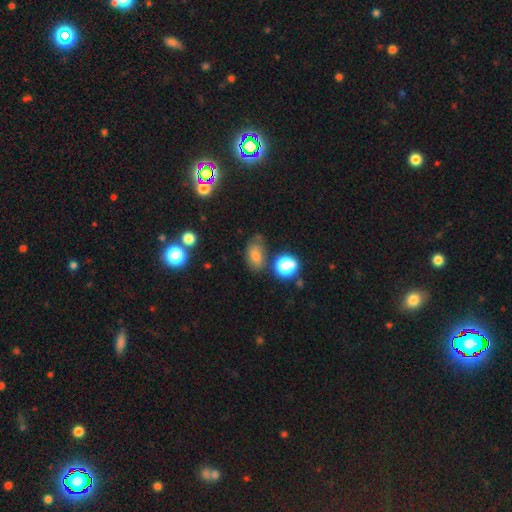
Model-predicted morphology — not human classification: Smooth or featured: smooth — 65% (star or artifact — 18%)
How rounded: in between — 82% (round — 15%)
Merging: none — 61% (minor disturbance — 24%)